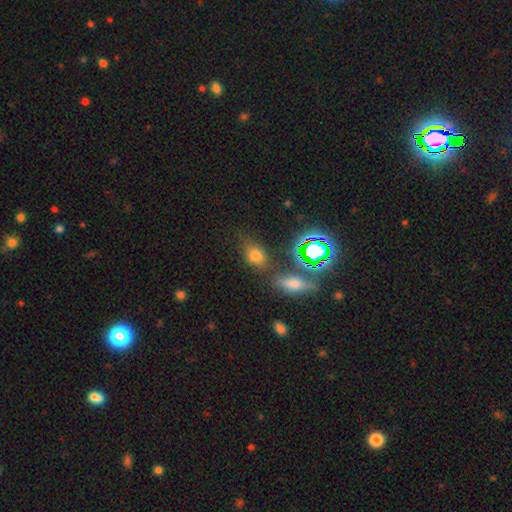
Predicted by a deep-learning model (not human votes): smooth-or-featured: smooth: 65% | star or artifact: 23% | featured or disk: 12%
  how-rounded: in between: 68% | round: 28% | cigar-shaped: 3%
  merging: none: 70% | minor disturbance: 17% | merger: 7% | major disturbance: 6%